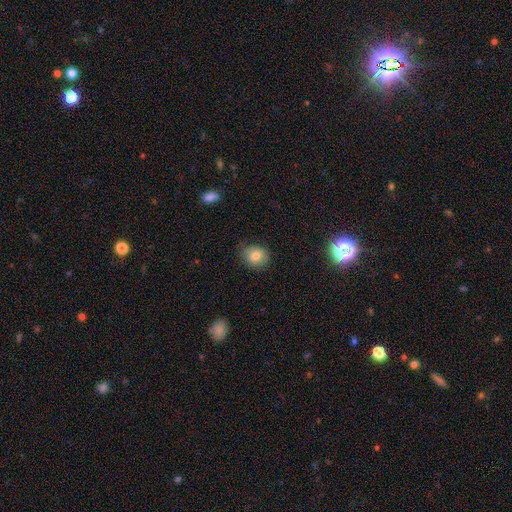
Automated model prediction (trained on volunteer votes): This appears to be a smooth galaxy with no disk features (80%) that is round (68%). Merging: none (76%).